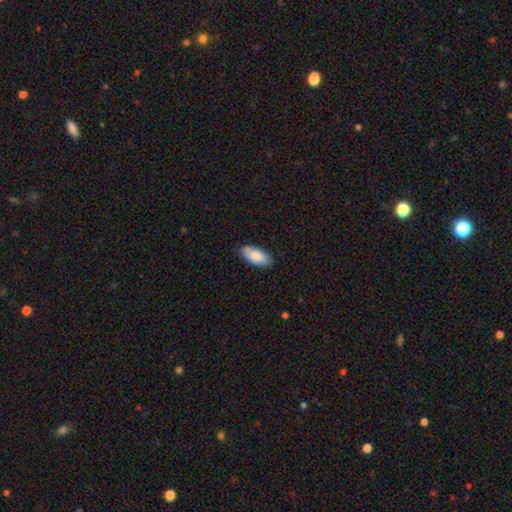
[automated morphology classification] Q: Smooth or featured?
A: smooth (80%); runner-up: featured or disk (14%)
Q: How rounded?
A: in between (91%); runner-up: cigar-shaped (6%)
Q: Merging?
A: none (84%); runner-up: minor disturbance (13%)